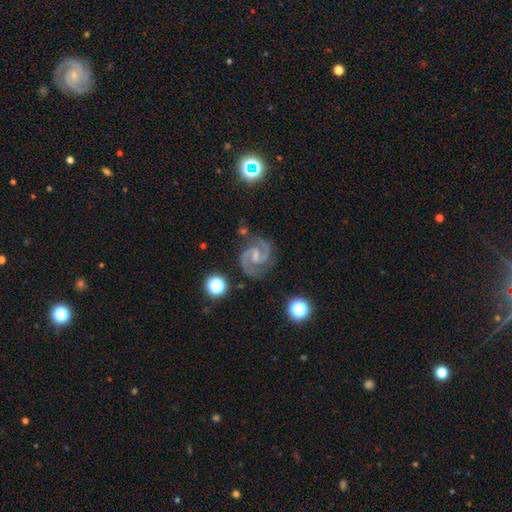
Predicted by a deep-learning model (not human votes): Smooth or featured?
  - featured or disk: 91% *
  - star or artifact: 6%
  - smooth: 3%
Edge-on disk?
  - no: 98% *
  - yes: 2%
Bar?
  - weak: 59% *
  - no: 20%
  - strong: 20%
Spiral arms?
  - yes: 99% *
  - no: 1%
Spiral winding?
  - medium: 67% *
  - tight: 21%
  - loose: 12%
Spiral arm count?
  - 2: 93% *
  - 3: 2%
  - can't tell: 2%
  - 1: 1%
  - 4: 1%
  - more than 4: 1%
Bulge size?
  - small: 50% *
  - none: 26%
  - moderate: 21%
  - large: 1%
  - dominant: 1%
Merging?
  - none: 77% *
  - minor disturbance: 15%
  - major disturbance: 5%
  - merger: 3%